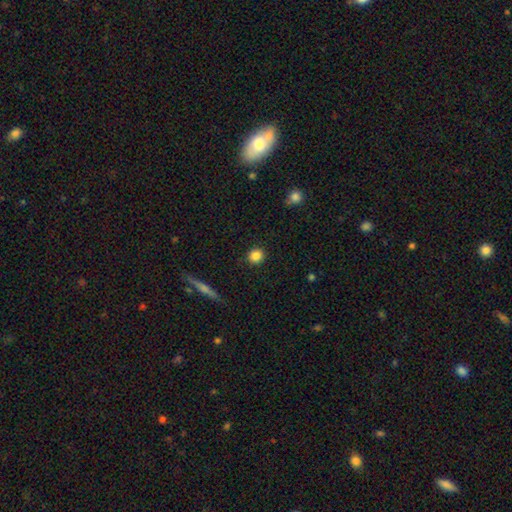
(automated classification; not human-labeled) Q: Smooth or featured?
A: smooth (85%); runner-up: star or artifact (10%)
Q: How rounded?
A: round (89%); runner-up: in between (10%)
Q: Merging?
A: none (90%); runner-up: minor disturbance (6%)